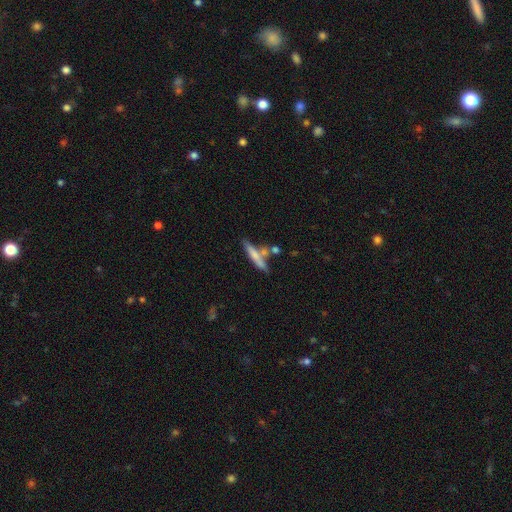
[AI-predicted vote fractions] This appears to be a smooth galaxy with no disk features (57%) that is cigar-shaped (87%). Merging: none (58%).